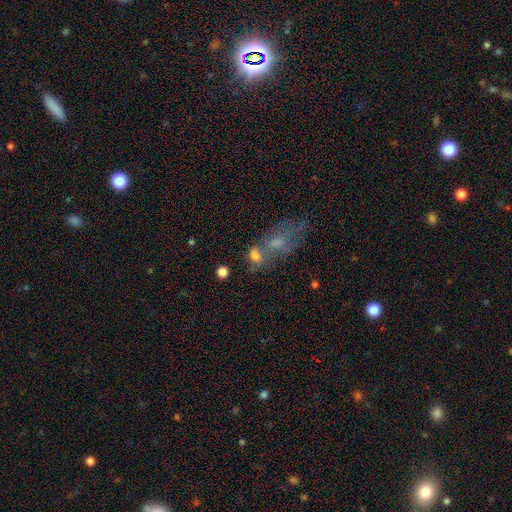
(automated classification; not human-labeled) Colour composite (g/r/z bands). It shows a smooth galaxy with no disk features (69%) that is in between round and cigar-shaped (64%). Merging: merger (44%).